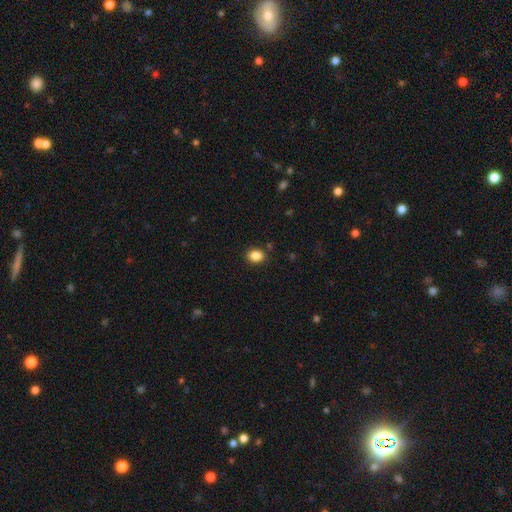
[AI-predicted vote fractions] Morphology: type=smooth (86%); roundness=in between (61%); merging=none (87%).